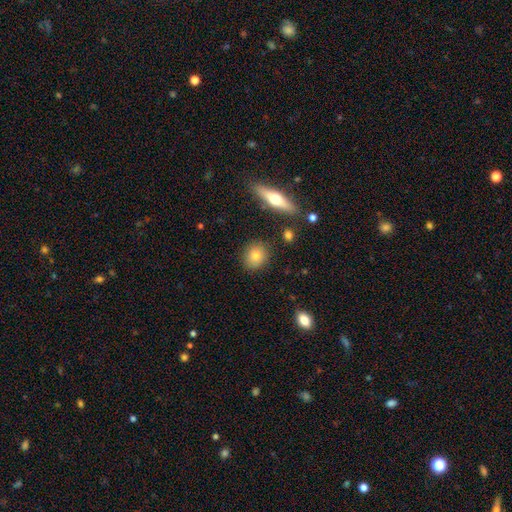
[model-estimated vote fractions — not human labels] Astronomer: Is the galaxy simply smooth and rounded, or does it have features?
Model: smooth — 78%.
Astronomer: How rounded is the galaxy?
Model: round — 69%.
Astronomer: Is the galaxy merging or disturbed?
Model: none — 87%.